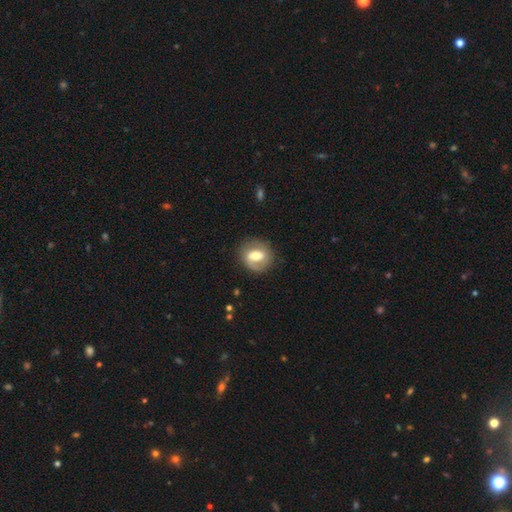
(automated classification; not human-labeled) smooth_or_featured: featured or disk (p=0.51) [alt: smooth p=0.42]
disk_edge_on: no (p=0.95) [alt: yes p=0.05]
merging: none (p=0.76) [alt: minor disturbance p=0.15]